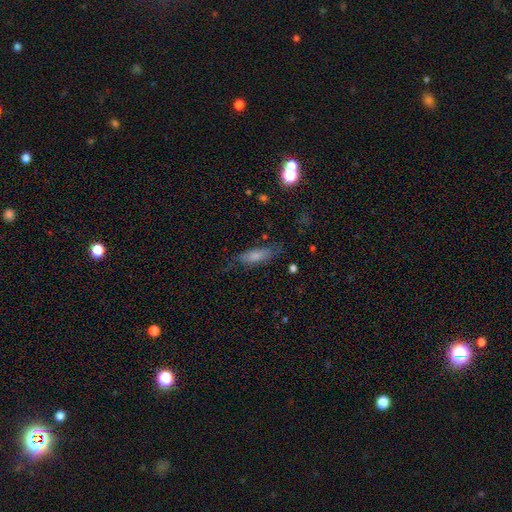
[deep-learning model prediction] Smooth or featured: smooth — 72% (featured or disk — 19%)
How rounded: in between — 55% (cigar-shaped — 43%)
Merging: none — 66% (minor disturbance — 24%)